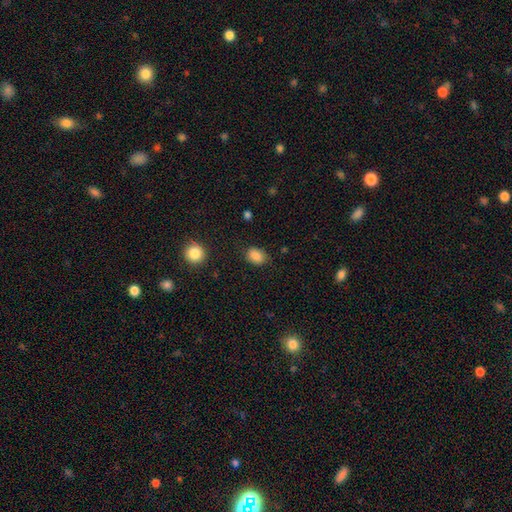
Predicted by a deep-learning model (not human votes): smooth 85%, star or artifact 9%, featured or disk 6%. Down the decision tree: how rounded — in between (62%); merging — none (80%).